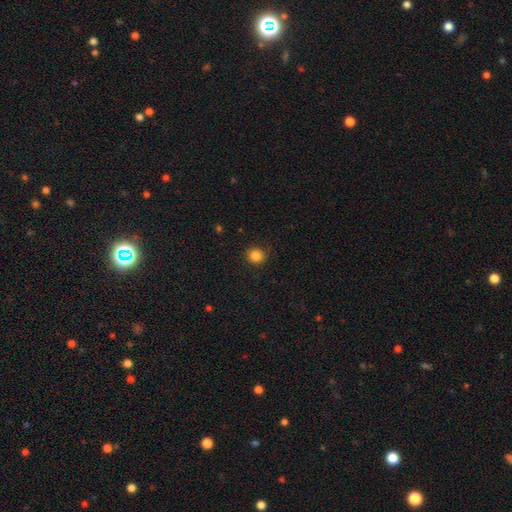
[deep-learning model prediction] This appears to be a smooth galaxy with no disk features (85%) that is round (89%). Merging: none (89%).